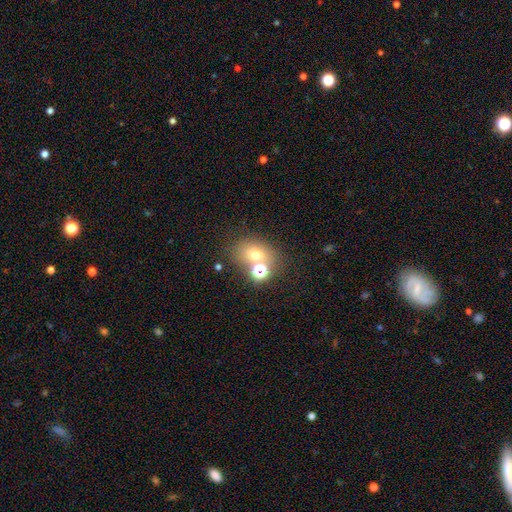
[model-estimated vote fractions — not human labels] smooth_or_featured: smooth (p=0.63) [alt: star or artifact p=0.20]
how_rounded: round (p=0.53) [alt: in between p=0.46]
merging: none (p=0.56) [alt: merger p=0.27]